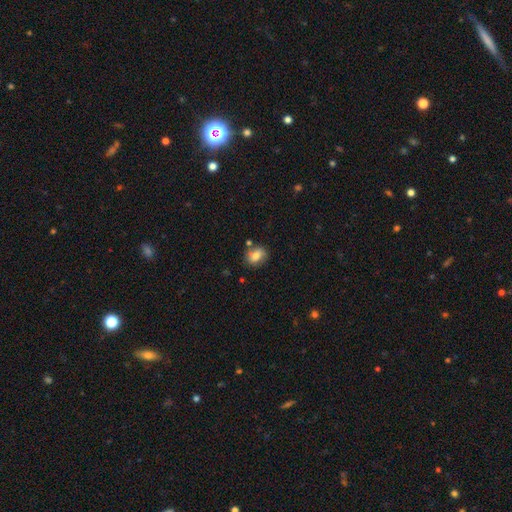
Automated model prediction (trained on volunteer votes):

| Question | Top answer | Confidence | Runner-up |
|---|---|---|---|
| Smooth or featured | smooth | 74% | featured or disk (17%) |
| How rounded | in between | 55% | round (43%) |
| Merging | none | 75% | minor disturbance (14%) |